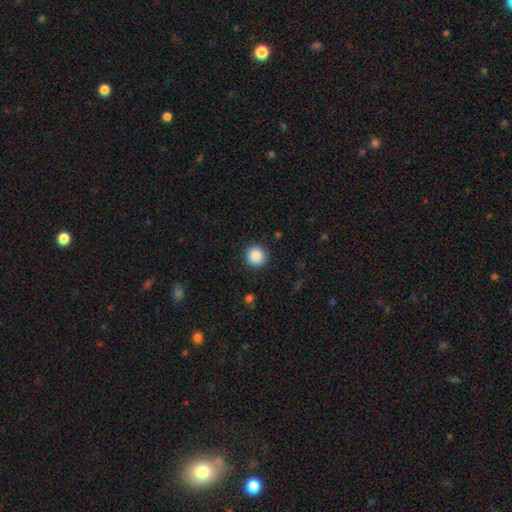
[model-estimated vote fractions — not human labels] Morphology: type=smooth (88%); roundness=round (95%); merging=none (92%).